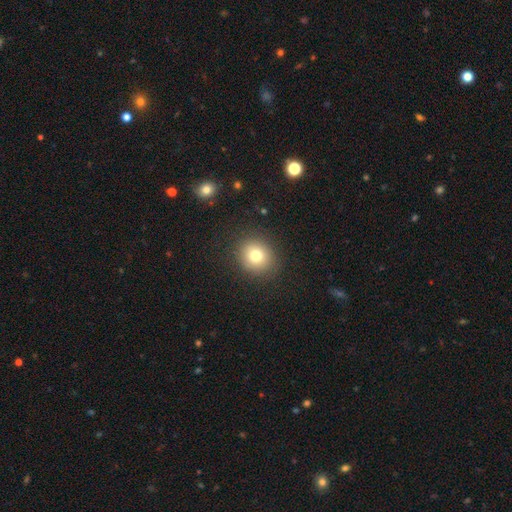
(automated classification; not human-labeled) The model was most divided on "smooth or featured": smooth: 76%, star or artifact: 13%, featured or disk: 11%. More confident: merging — none (88%); how rounded — round (84%).